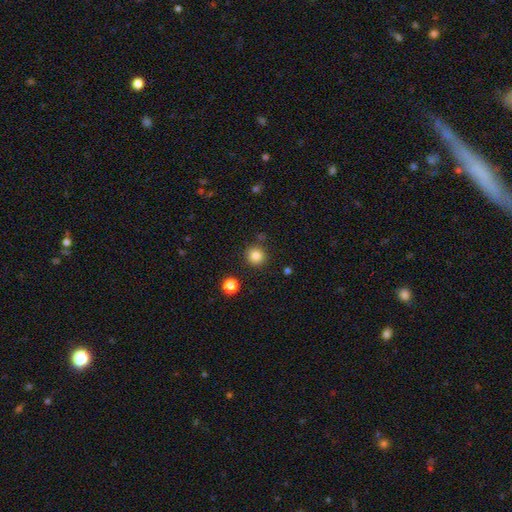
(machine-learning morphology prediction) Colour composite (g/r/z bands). It shows a smooth galaxy with no disk features (85%) that is round (94%). Merging: none (87%).